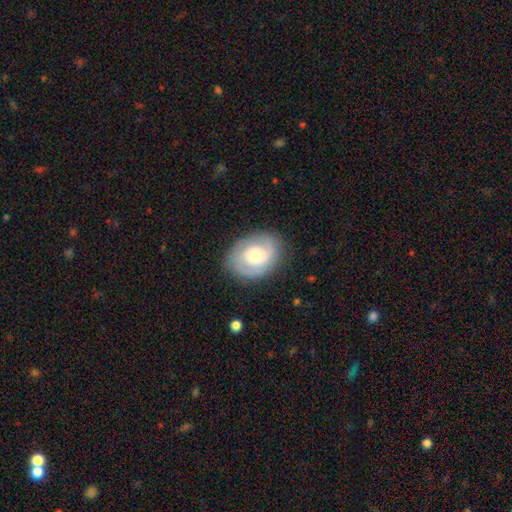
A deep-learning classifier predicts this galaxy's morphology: The model was most divided on "smooth or featured": featured or disk: 49%, smooth: 44%, star or artifact: 7%. More confident: merging — none (78%).